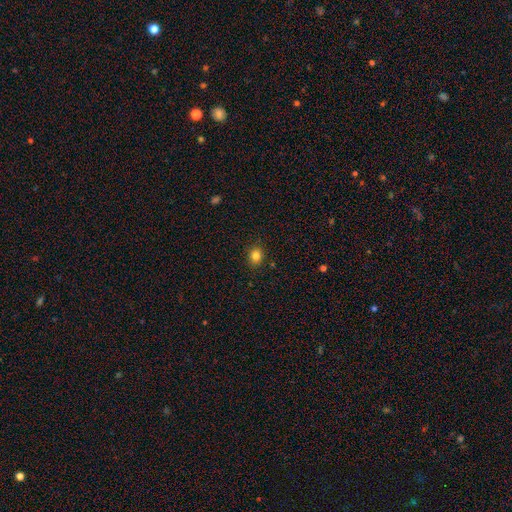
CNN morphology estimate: Smooth or featured? Predicted: smooth (p=0.83). How rounded? Predicted: round (p=0.68). Merging? Predicted: none (p=0.89).